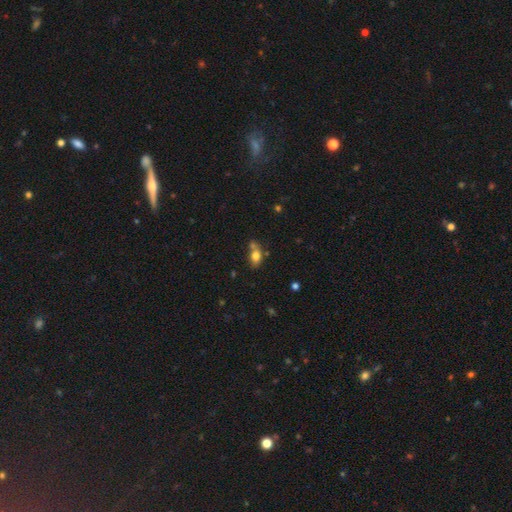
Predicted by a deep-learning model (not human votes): smooth_or_featured: smooth (p=0.76) [alt: featured or disk p=0.14]
how_rounded: in between (p=0.76) [alt: round p=0.18]
merging: none (p=0.46) [alt: merger p=0.30]